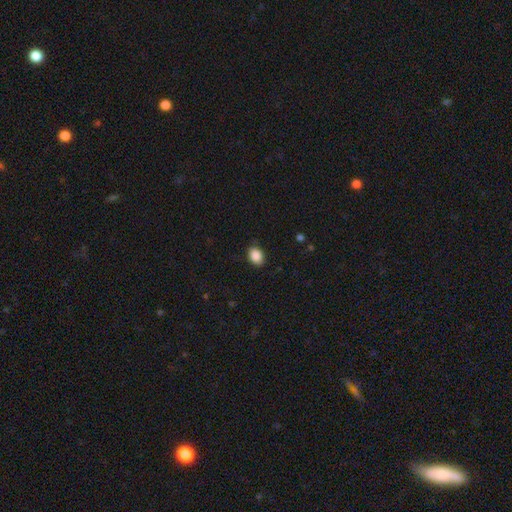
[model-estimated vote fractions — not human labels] The model was most divided on "how rounded": in between: 76%, round: 23%, cigar-shaped: 1%. More confident: smooth or featured — smooth (89%); merging — none (86%).